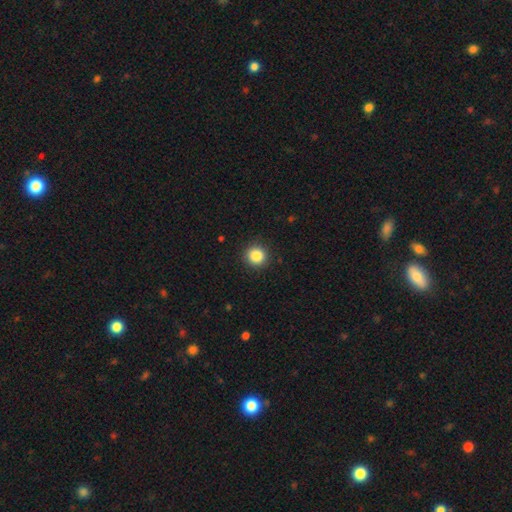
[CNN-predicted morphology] This is clearly a smooth galaxy (86%). How rounded: clearly round (93%). Merging: clearly none (91%).